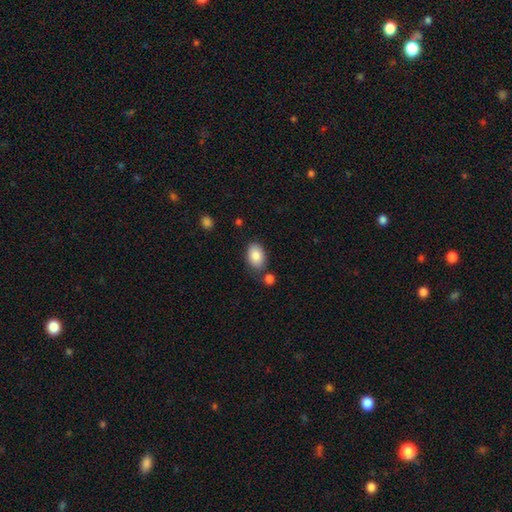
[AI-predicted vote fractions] Smooth or featured? smooth (85%)
How rounded? in between (89%)
Merging? none (72%)